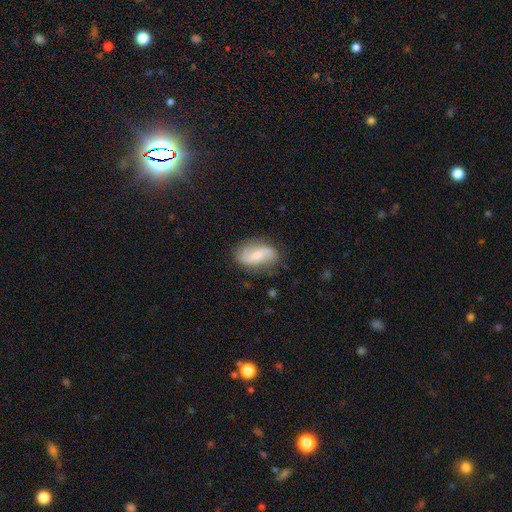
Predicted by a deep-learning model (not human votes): The model was most divided on "bar": no: 41%, weak: 39%, strong: 20%. More confident: edge-on disk — no (95%); spiral arms — yes (90%); spiral arm count — 2 (90%); merging — none (79%); smooth or featured — featured or disk (68%); spiral winding — loose (63%); bulge size — small (54%).